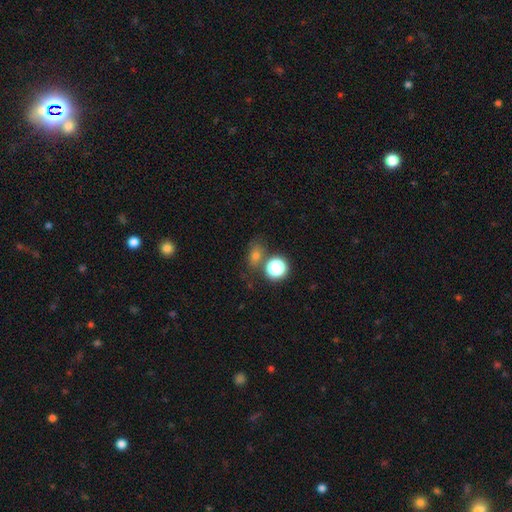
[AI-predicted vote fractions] This appears to be a smooth galaxy with no disk features (61%) that is in between round and cigar-shaped (52%). Merging: none (66%).